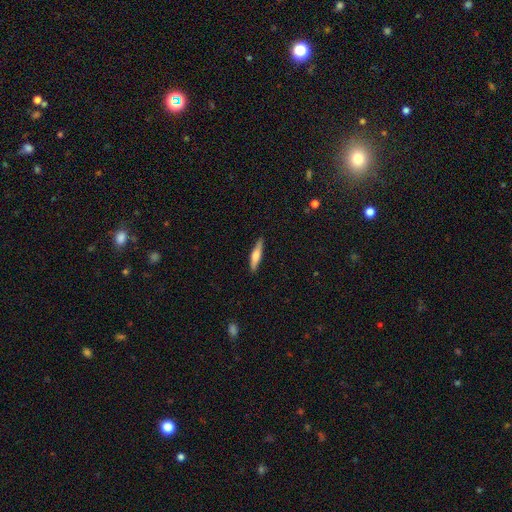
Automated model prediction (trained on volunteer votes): Q: Smooth or featured?
A: smooth (58%); runner-up: featured or disk (37%)
Q: How rounded?
A: cigar-shaped (85%); runner-up: in between (13%)
Q: Merging?
A: none (87%); runner-up: minor disturbance (10%)